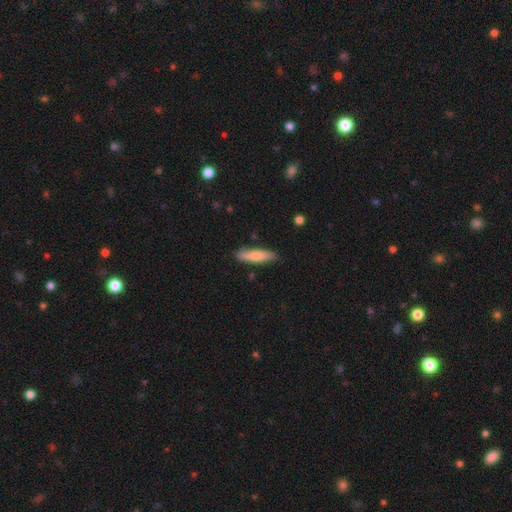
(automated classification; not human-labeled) Morphology: type=smooth (77%); roundness=cigar-shaped (72%); merging=none (84%).